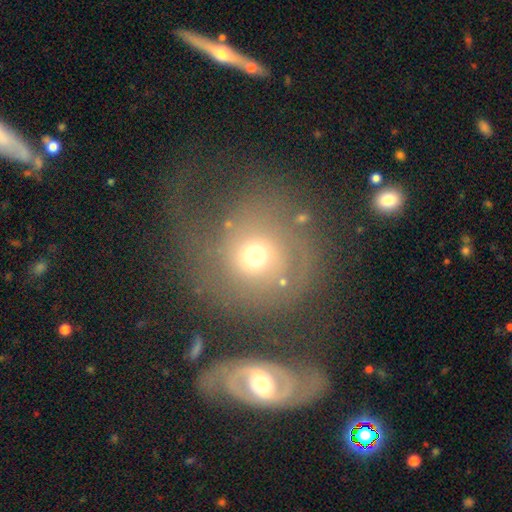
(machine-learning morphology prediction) Q: Smooth or featured?
A: smooth (48%); runner-up: featured or disk (37%)
Q: Merging?
A: none (54%); runner-up: major disturbance (23%)